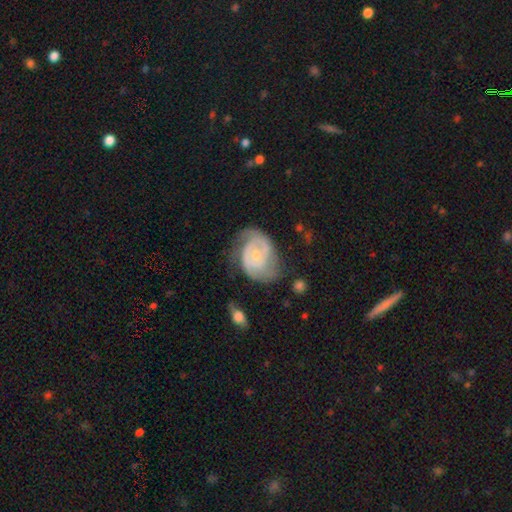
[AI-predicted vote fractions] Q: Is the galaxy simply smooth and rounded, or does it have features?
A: featured or disk — 81%.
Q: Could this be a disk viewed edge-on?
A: no — 98%.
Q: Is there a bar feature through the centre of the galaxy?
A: no — 65%.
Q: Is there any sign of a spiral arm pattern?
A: yes — 92%.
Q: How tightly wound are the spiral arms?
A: tight — 57%.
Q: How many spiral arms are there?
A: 2 — 63%.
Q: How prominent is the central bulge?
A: small — 62%.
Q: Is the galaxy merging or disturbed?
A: none — 56%.